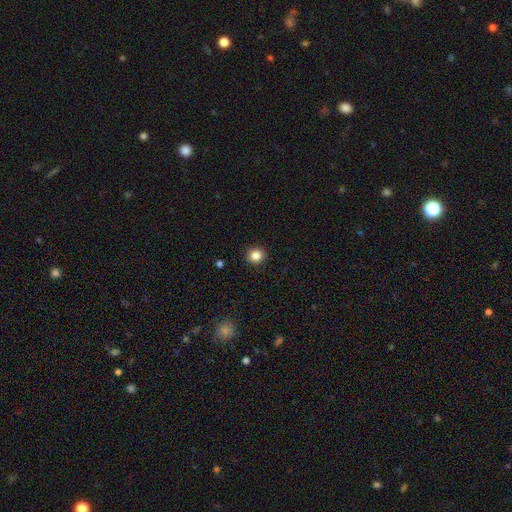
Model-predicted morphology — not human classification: The model was most divided on "smooth or featured": smooth: 85%, star or artifact: 11%, featured or disk: 4%. More confident: merging — none (92%); how rounded — round (89%).